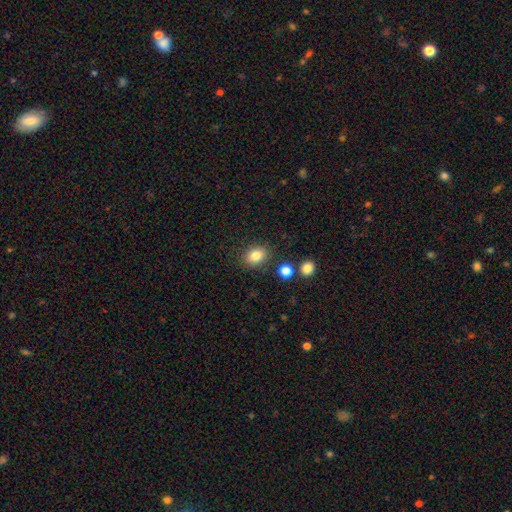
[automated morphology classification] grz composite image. It shows a smooth galaxy with no disk features (84%) that is in between round and cigar-shaped (62%). Merging: none (84%).